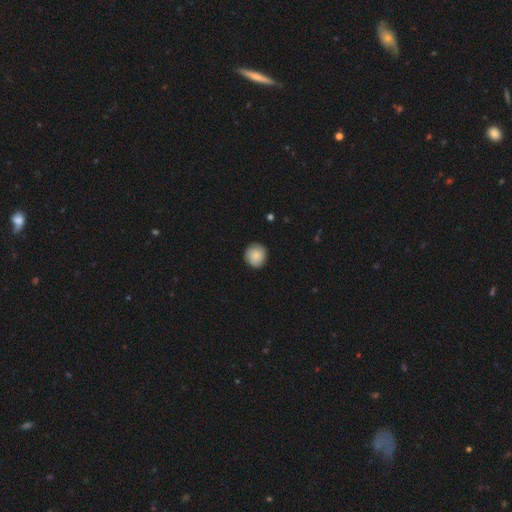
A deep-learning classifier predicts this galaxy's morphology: Q: Smooth or featured?
A: smooth (85%); runner-up: featured or disk (8%)
Q: How rounded?
A: round (92%); runner-up: in between (7%)
Q: Merging?
A: none (88%); runner-up: minor disturbance (9%)